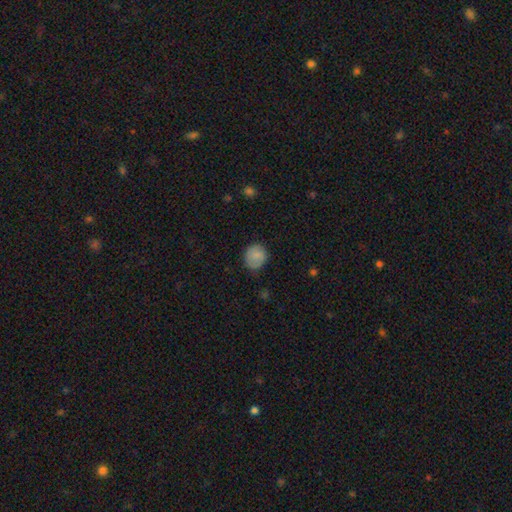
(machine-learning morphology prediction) Q: Smooth or featured?
A: smooth (83%); runner-up: featured or disk (9%)
Q: How rounded?
A: round (80%); runner-up: in between (19%)
Q: Merging?
A: none (76%); runner-up: minor disturbance (18%)